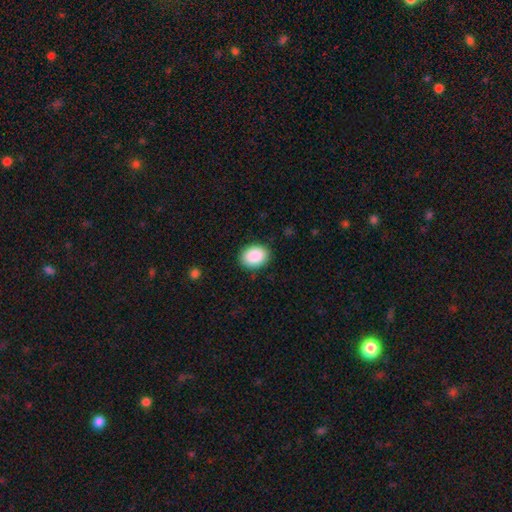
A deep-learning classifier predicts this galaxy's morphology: Smooth or featured?
  - smooth: 89% *
  - star or artifact: 7%
  - featured or disk: 3%
How rounded?
  - in between: 65% *
  - round: 34%
  - cigar-shaped: 1%
Merging?
  - none: 89% *
  - minor disturbance: 8%
  - major disturbance: 2%
  - merger: 1%